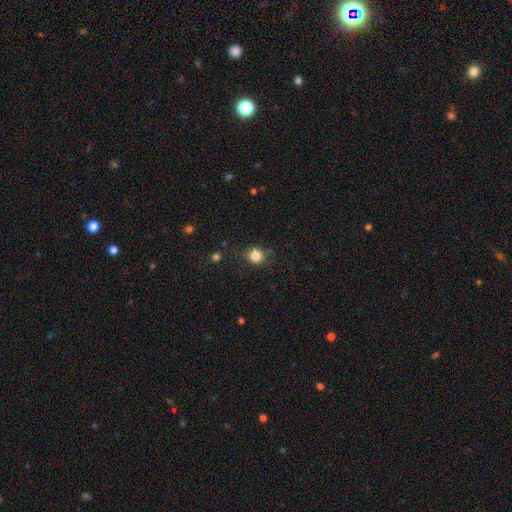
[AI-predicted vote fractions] Morphology: type=smooth (83%); roundness=round (86%); merging=none (79%).